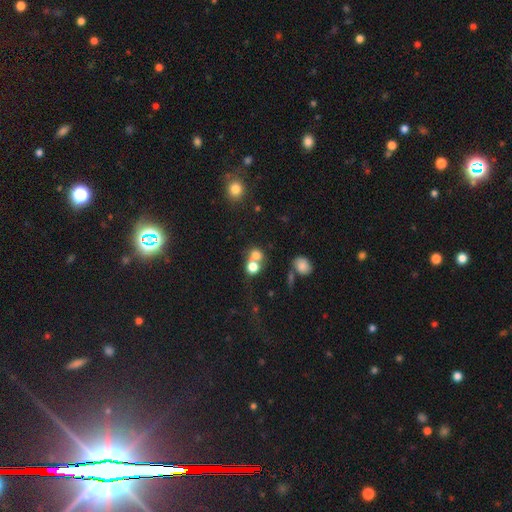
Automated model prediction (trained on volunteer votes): This is likely a smooth galaxy (72%). How rounded: likely round (70%). Merging: possibly merger (55%).